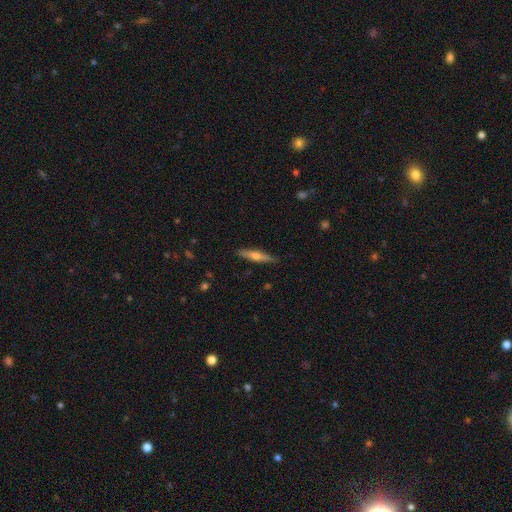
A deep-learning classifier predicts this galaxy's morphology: Smooth or featured? featured or disk (59%)
Edge-on disk? yes (96%)
Edge-on bulge? rounded (88%)
Merging? none (89%)